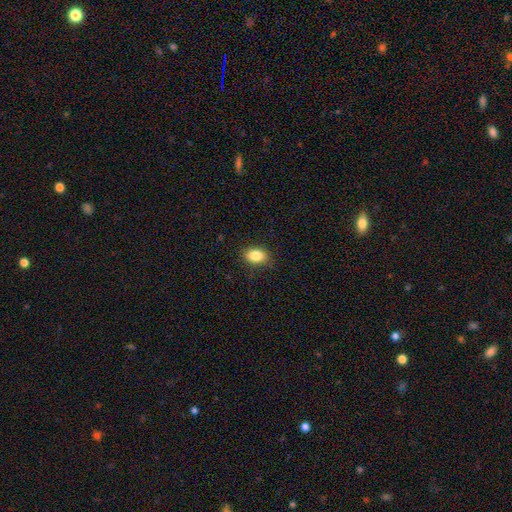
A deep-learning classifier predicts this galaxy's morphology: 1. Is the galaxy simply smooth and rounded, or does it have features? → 85% smooth, 9% star or artifact, 6% featured or disk.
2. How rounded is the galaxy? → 83% in between, 16% round, 2% cigar-shaped.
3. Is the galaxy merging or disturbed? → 86% none, 11% minor disturbance, 2% major disturbance, 1% merger.